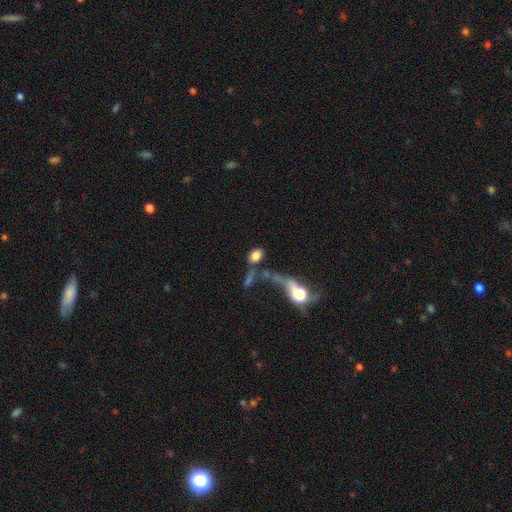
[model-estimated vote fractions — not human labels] Q: Smooth or featured?
A: smooth (76%); runner-up: featured or disk (13%)
Q: How rounded?
A: in between (74%); runner-up: round (22%)
Q: Merging?
A: none (43%); runner-up: merger (30%)